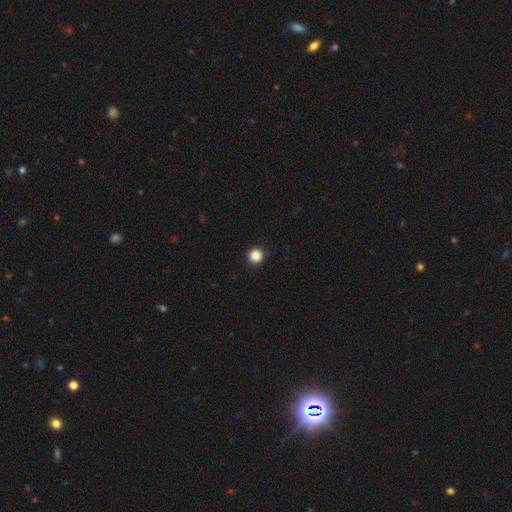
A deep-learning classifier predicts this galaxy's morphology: Smooth or featured: smooth — 87% (star or artifact — 11%)
How rounded: round — 96% (in between — 3%)
Merging: none — 94% (minor disturbance — 4%)